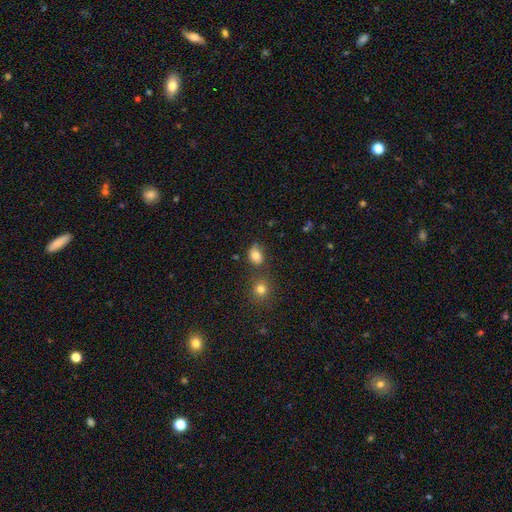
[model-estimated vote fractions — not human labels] This appears to be a smooth galaxy with no disk features (81%) that is in between round and cigar-shaped (67%). Merging: none (64%).